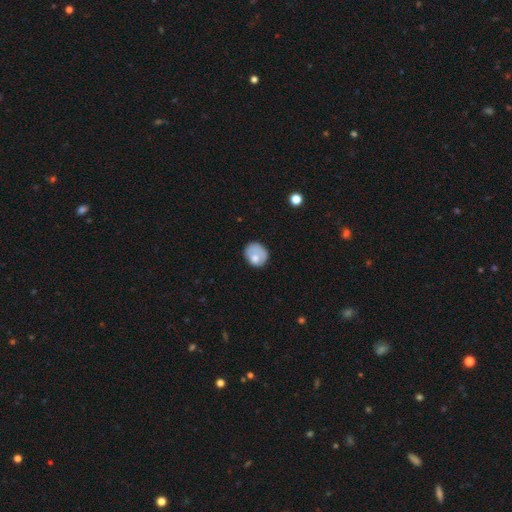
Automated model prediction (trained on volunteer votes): smooth-or-featured: smooth: 68% | featured or disk: 25% | star or artifact: 7%
  how-rounded: round: 61% | in between: 38% | cigar-shaped: 1%
  merging: none: 52% | minor disturbance: 28% | major disturbance: 16% | merger: 4%